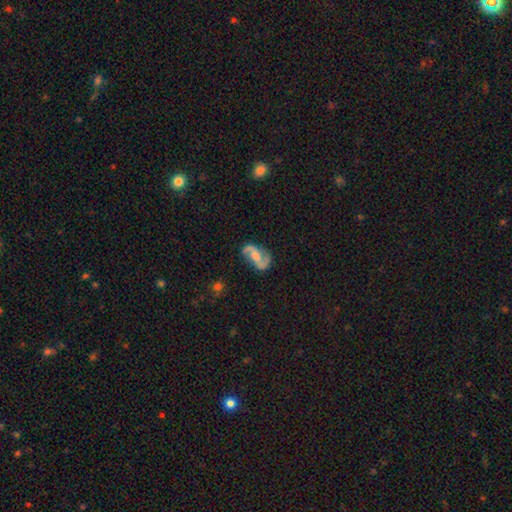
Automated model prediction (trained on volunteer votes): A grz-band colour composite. It shows a featured or disk galaxy (88%) with no bar (43%), 2 (93%) loose (53%) spiral arms (96%) and a moderate central bulge (57%). Merging: none (76%).